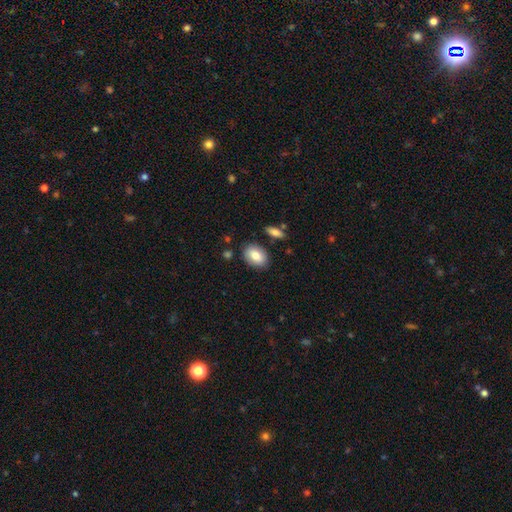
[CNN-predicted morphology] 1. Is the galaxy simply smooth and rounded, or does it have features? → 80% smooth, 13% featured or disk, 7% star or artifact.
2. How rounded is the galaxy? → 83% in between, 16% round, 1% cigar-shaped.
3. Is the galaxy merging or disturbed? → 83% none, 11% minor disturbance, 3% merger, 3% major disturbance.